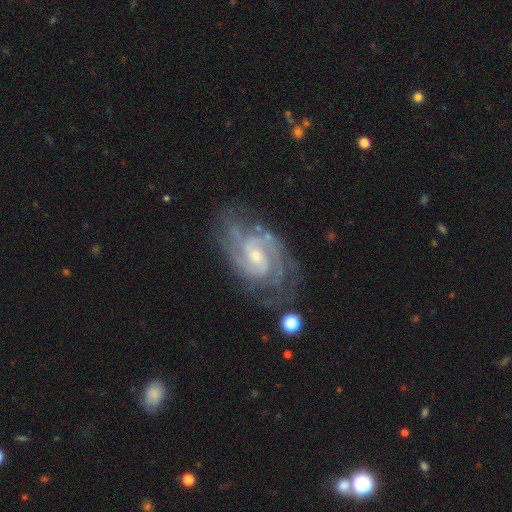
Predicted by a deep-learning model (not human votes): This appears to be a featured or disk galaxy (91%) with no bar (47%), 2 (54%) tight (58%) spiral arms (98%) and a small central bulge (55%). Merging: none (68%).